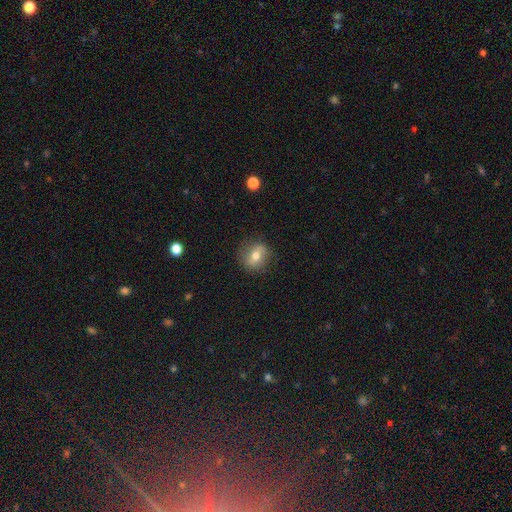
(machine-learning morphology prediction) type=smooth (62%); roundness=round (73%); merging=none (82%).